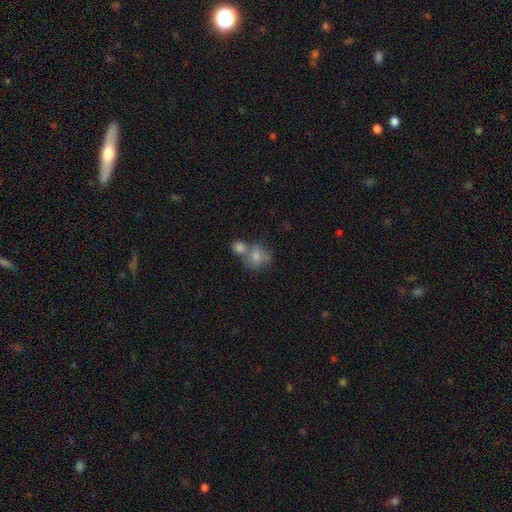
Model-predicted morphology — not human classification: smooth-or-featured: smooth: 78% | featured or disk: 13% | star or artifact: 9%
  how-rounded: round: 72% | in between: 27% | cigar-shaped: 1%
  merging: merger: 51% | none: 34% | minor disturbance: 10% | major disturbance: 5%